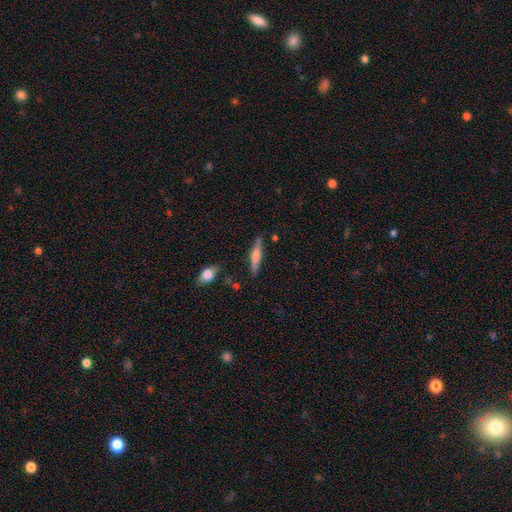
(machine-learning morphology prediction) smooth_or_featured: featured or disk (p=0.51) [alt: smooth p=0.43]
disk_edge_on: yes (p=0.96) [alt: no p=0.04]
merging: none (p=0.85) [alt: minor disturbance p=0.10]